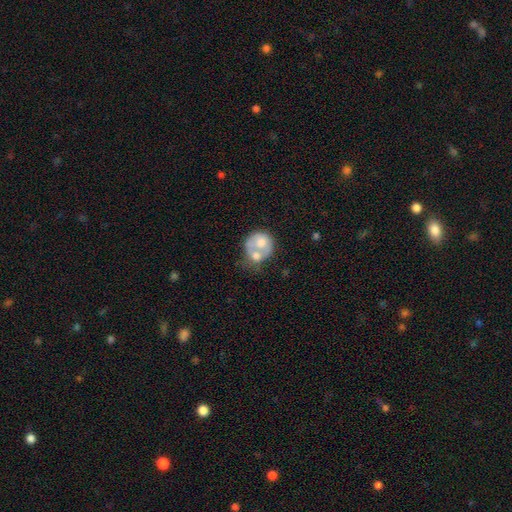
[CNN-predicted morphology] smooth_or_featured: smooth (p=0.55) [alt: featured or disk p=0.38]
how_rounded: round (p=0.70) [alt: in between p=0.29]
merging: merger (p=0.61) [alt: none p=0.19]